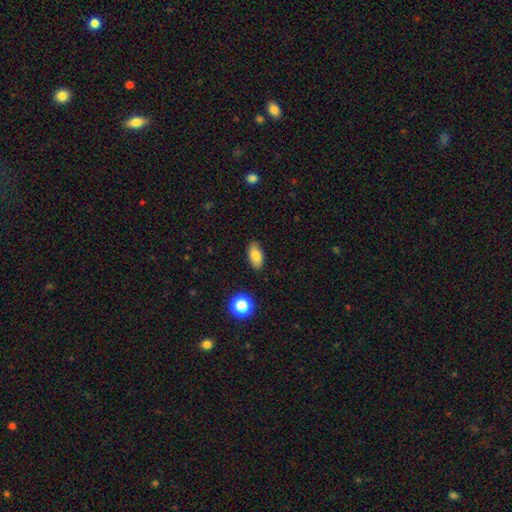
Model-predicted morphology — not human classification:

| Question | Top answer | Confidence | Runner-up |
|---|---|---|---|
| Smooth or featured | smooth | 83% | star or artifact (9%) |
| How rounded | in between | 88% | cigar-shaped (6%) |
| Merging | none | 85% | minor disturbance (11%) |